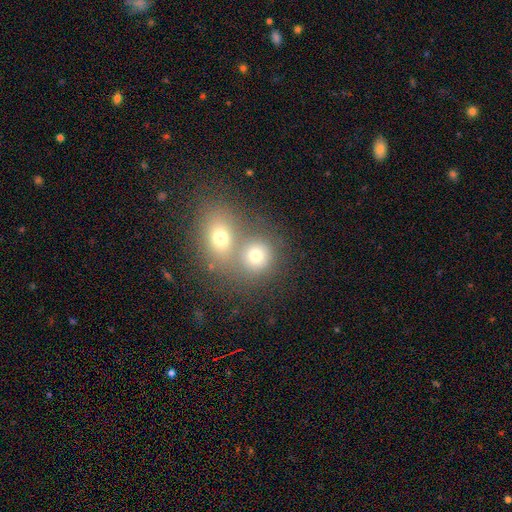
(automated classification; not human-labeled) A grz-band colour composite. It shows a smooth galaxy with no disk features (73%) that is round (78%). Merging: merger (50%).